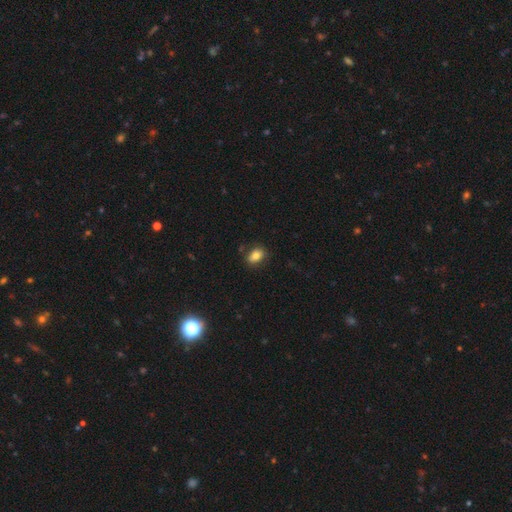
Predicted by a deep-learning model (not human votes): A smooth galaxy with no disk features (81%) that is in between round and cigar-shaped (81%).

Vote fractions:
- Smooth or featured? smooth: 81% / featured or disk: 9% / star or artifact: 9%
- How rounded? in between: 81% / round: 17% / cigar-shaped: 2%
- Merging? none: 78% / minor disturbance: 15% / major disturbance: 4% / merger: 3%